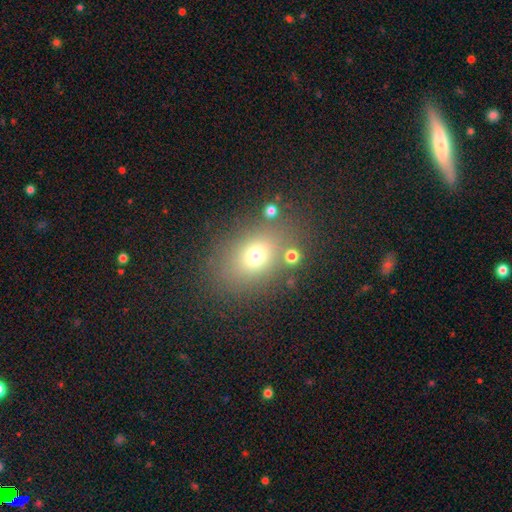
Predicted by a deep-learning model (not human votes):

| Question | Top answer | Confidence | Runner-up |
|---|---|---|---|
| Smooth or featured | smooth | 69% | star or artifact (18%) |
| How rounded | in between | 60% | round (39%) |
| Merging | none | 75% | minor disturbance (12%) |